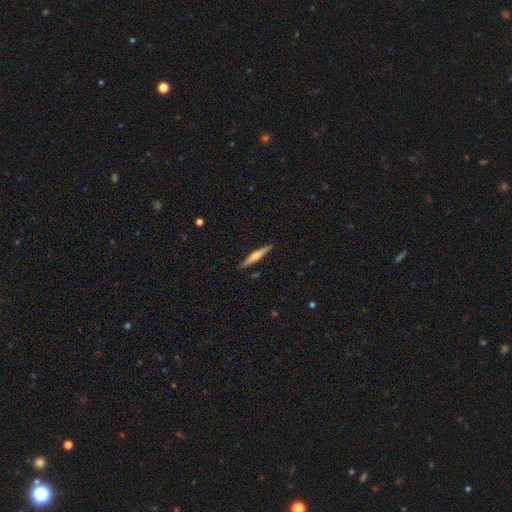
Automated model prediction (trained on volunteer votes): The model was most divided on "smooth or featured": featured or disk: 55%, smooth: 39%, star or artifact: 6%. More confident: edge-on disk — yes (97%); merging — none (91%); edge-on bulge — rounded (76%).